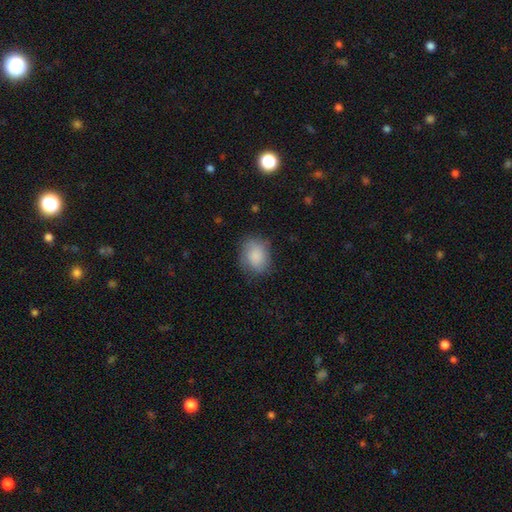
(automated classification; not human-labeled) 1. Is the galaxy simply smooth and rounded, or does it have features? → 82% smooth, 11% featured or disk, 7% star or artifact.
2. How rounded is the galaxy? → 57% in between, 42% round, 1% cigar-shaped.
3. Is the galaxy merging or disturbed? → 69% none, 22% minor disturbance, 7% major disturbance, 1% merger.